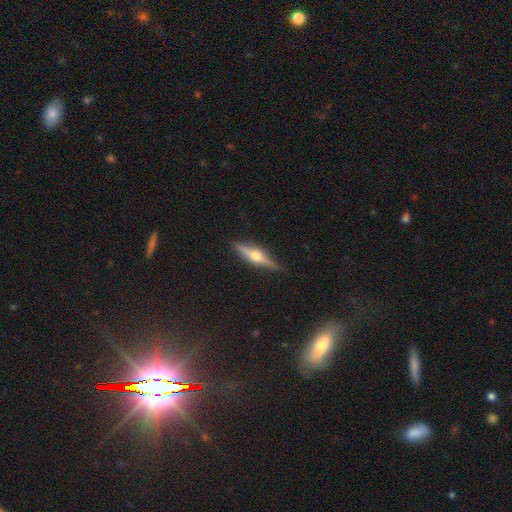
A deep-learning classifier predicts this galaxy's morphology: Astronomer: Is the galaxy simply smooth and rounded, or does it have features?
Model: featured or disk — 68%.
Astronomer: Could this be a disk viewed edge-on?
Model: yes — 96%.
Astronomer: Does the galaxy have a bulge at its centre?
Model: rounded — 94%.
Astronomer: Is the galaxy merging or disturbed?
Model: none — 88%.